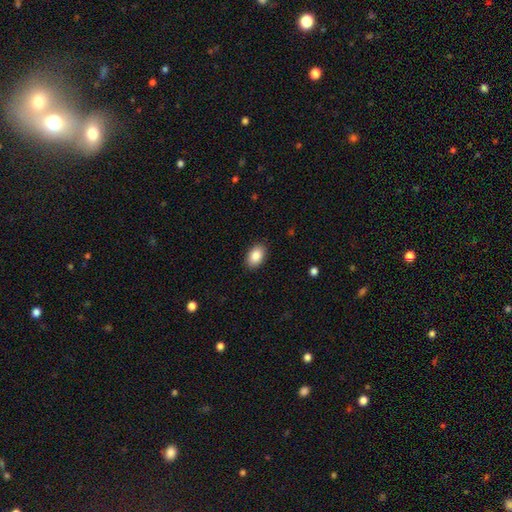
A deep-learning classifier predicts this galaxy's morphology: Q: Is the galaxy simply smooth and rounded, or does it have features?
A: smooth — 88%.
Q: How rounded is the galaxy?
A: in between — 89%.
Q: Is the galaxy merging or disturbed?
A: none — 88%.